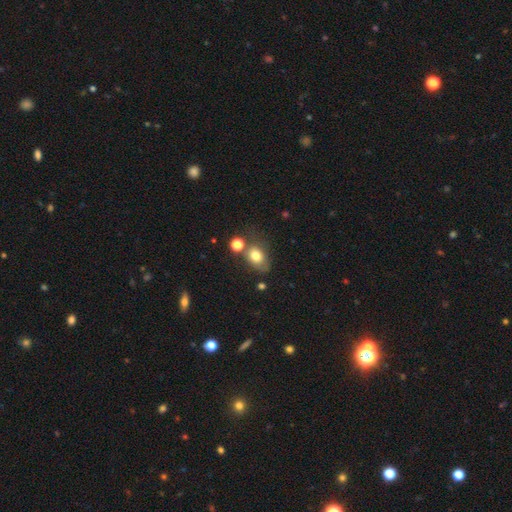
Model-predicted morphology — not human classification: This is likely a smooth galaxy (76%). How rounded: likely in between (69%). Merging: possibly none (51%).